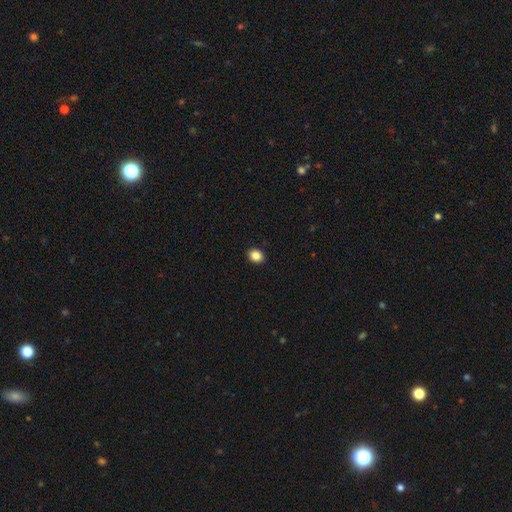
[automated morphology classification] Q: Smooth or featured?
A: smooth (87%); runner-up: star or artifact (10%)
Q: How rounded?
A: in between (52%); runner-up: round (48%)
Q: Merging?
A: none (92%); runner-up: minor disturbance (6%)